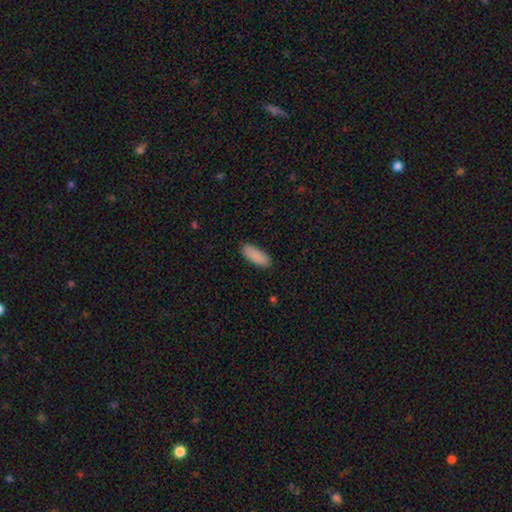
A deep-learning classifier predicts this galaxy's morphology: A smooth galaxy with no disk features (90%) that is in between round and cigar-shaped (77%). Merging: none (88%).